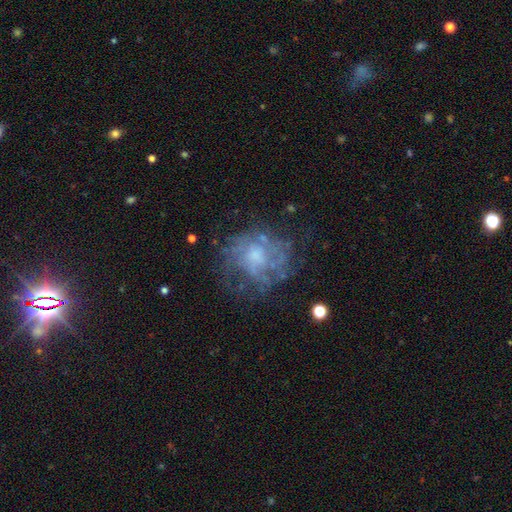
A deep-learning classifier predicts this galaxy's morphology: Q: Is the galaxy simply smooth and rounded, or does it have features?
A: featured or disk — 66%.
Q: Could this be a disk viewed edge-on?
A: no — 98%.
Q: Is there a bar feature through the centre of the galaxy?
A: no — 80%.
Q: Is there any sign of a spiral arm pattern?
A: yes — 52%.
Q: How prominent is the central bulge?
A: moderate — 38%.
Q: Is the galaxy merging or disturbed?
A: none — 60%.